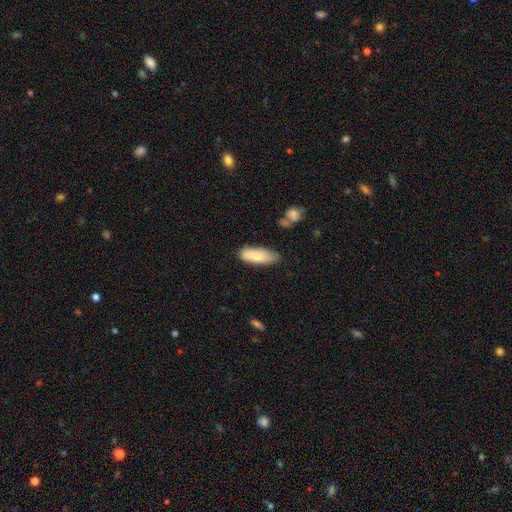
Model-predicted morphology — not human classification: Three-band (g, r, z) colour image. It shows a smooth galaxy with no disk features (85%) that is in between round and cigar-shaped (63%). Merging: none (69%).